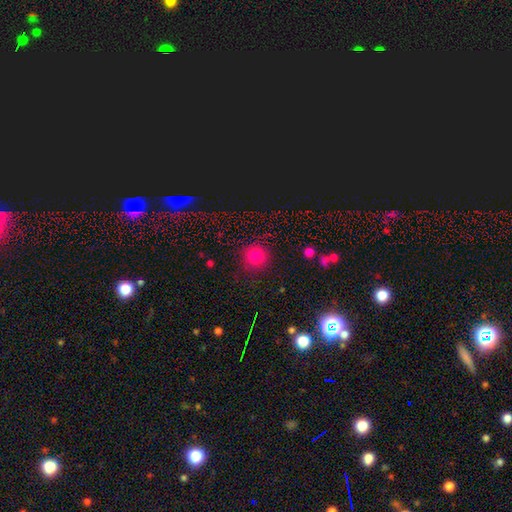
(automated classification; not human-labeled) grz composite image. It shows a smooth galaxy with no disk features (80%) that is round (93%). Merging: none (87%).